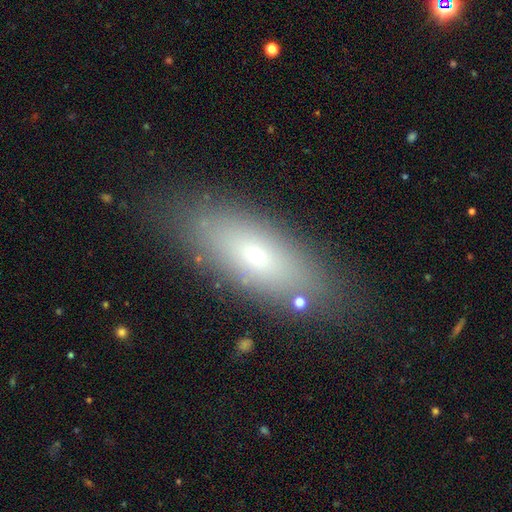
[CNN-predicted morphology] A smooth galaxy with no disk features (62%) that is in between round and cigar-shaped (65%). Merging: none (83%).